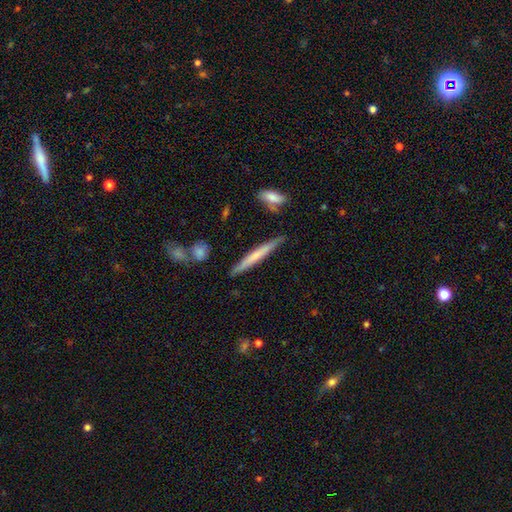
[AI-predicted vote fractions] smooth_or_featured: smooth (p=0.56) [alt: featured or disk p=0.39]
how_rounded: cigar-shaped (p=0.95) [alt: in between p=0.03]
merging: none (p=0.84) [alt: minor disturbance p=0.11]